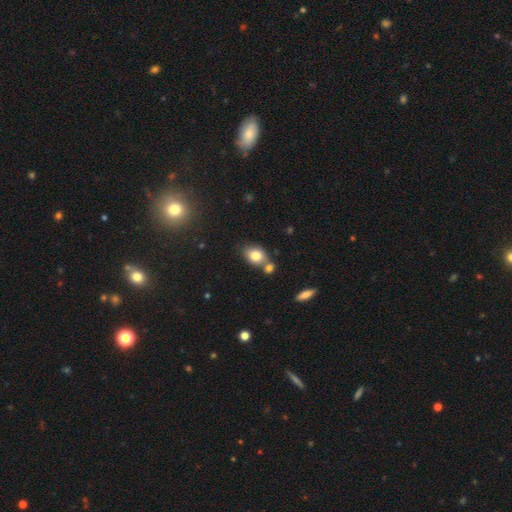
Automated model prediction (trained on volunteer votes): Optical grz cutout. It shows a smooth galaxy with no disk features (81%) that is in between round and cigar-shaped (65%). Merging: none (52%).